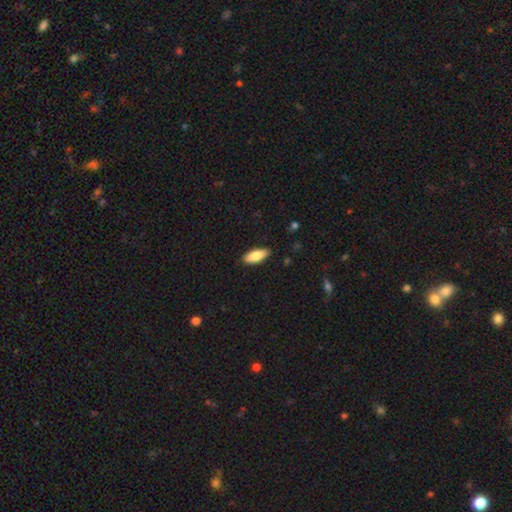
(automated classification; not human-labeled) The model was most divided on "how rounded": in between: 81%, cigar-shaped: 17%, round: 2%. More confident: merging — none (87%); smooth or featured — smooth (83%).